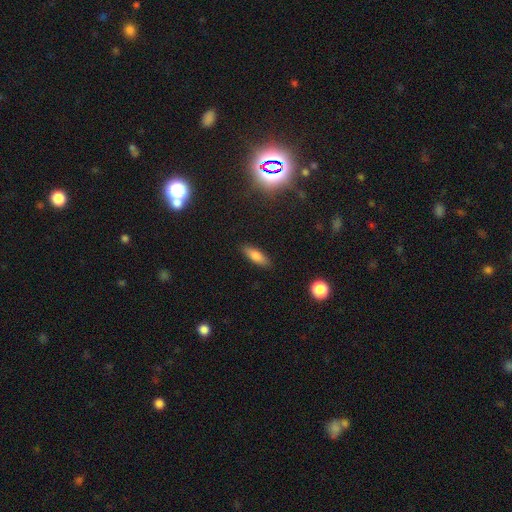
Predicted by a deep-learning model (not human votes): Morphology: type=smooth (77%); roundness=in between (57%); merging=none (87%).